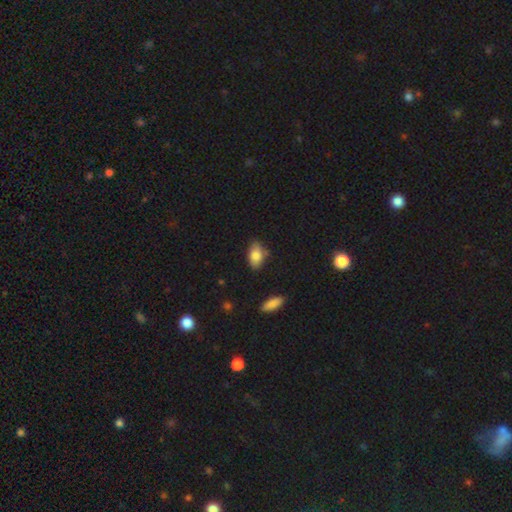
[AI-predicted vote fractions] The model was most divided on "merging": none: 71%, minor disturbance: 22%, major disturbance: 4%, merger: 3%. More confident: how rounded — in between (90%); smooth or featured — smooth (81%).